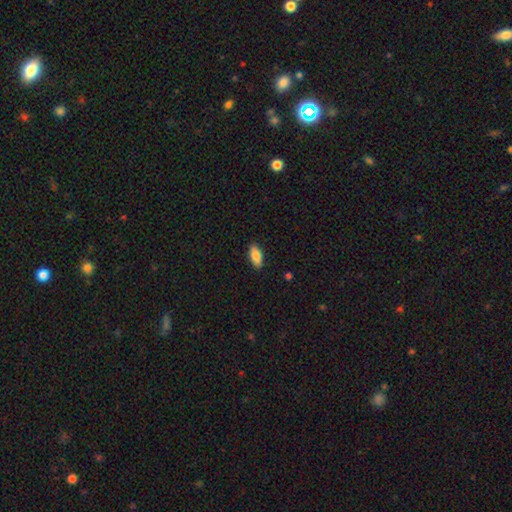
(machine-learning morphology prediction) Smooth or featured? Predicted: smooth (p=0.85). How rounded? Predicted: in between (p=0.88). Merging? Predicted: none (p=0.88).